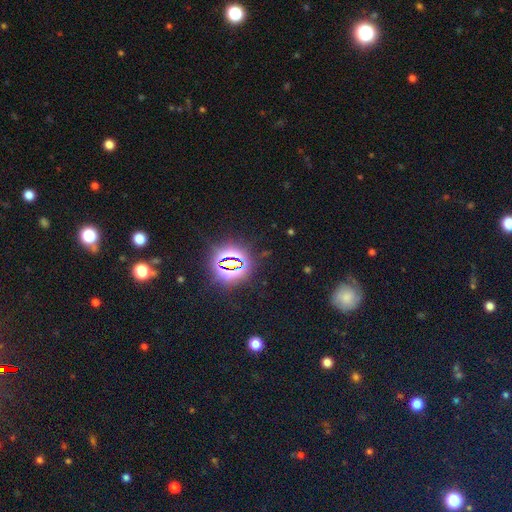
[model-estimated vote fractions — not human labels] This is likely a star or artifact rather than a galaxy (78%).